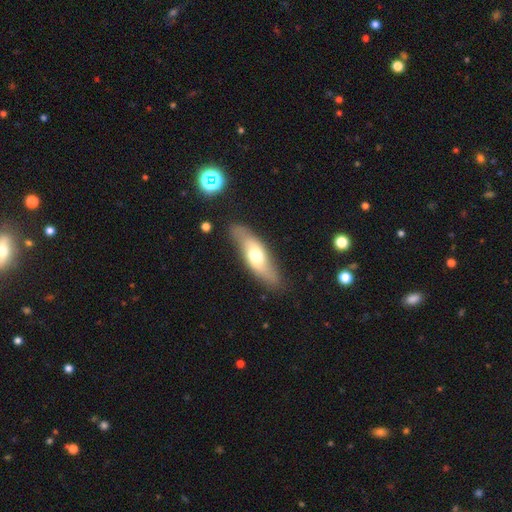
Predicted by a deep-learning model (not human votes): smooth-or-featured: smooth: 50% | featured or disk: 44% | star or artifact: 6%
  how-rounded: in between: 58% | cigar-shaped: 39% | round: 3%
  merging: none: 80% | minor disturbance: 15% | major disturbance: 4% | merger: 2%